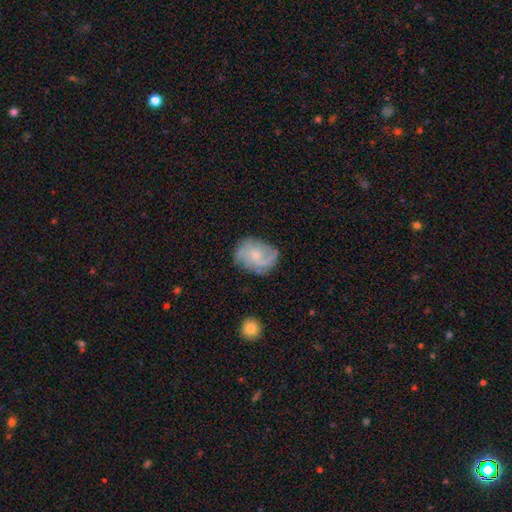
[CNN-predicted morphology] smooth_or_featured: featured or disk (p=0.67) [alt: smooth p=0.26]
disk_edge_on: no (p=0.98) [alt: yes p=0.02]
bar: no (p=0.67) [alt: weak p=0.29]
has_spiral_arms: yes (p=0.89) [alt: no p=0.11]
spiral_winding: medium (p=0.44) [alt: tight p=0.29]
spiral_arm_count: 2 (p=0.41) [alt: can't tell p=0.24]
bulge_size: small (p=0.58) [alt: moderate p=0.33]
merging: none (p=0.68) [alt: minor disturbance p=0.22]